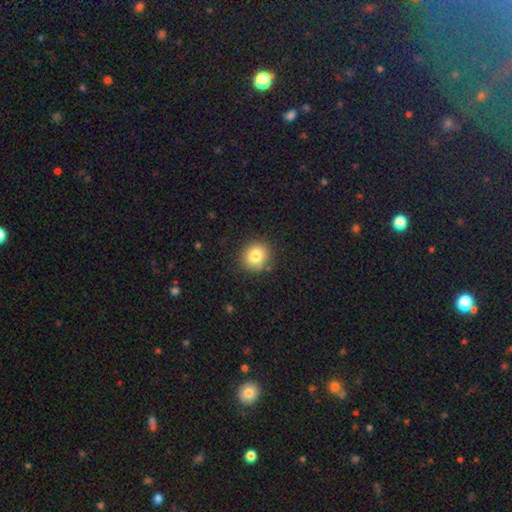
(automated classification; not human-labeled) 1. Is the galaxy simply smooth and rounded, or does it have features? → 81% smooth, 10% star or artifact, 8% featured or disk.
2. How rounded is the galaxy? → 86% round, 13% in between, 1% cigar-shaped.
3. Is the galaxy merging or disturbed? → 87% none, 9% minor disturbance, 3% major disturbance, 2% merger.